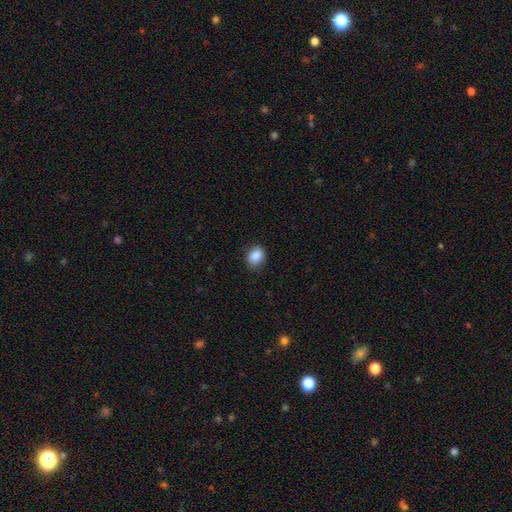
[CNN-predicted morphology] smooth_or_featured: smooth (p=0.89) [alt: star or artifact p=0.08]
how_rounded: in between (p=0.60) [alt: round p=0.39]
merging: none (p=0.82) [alt: minor disturbance p=0.14]